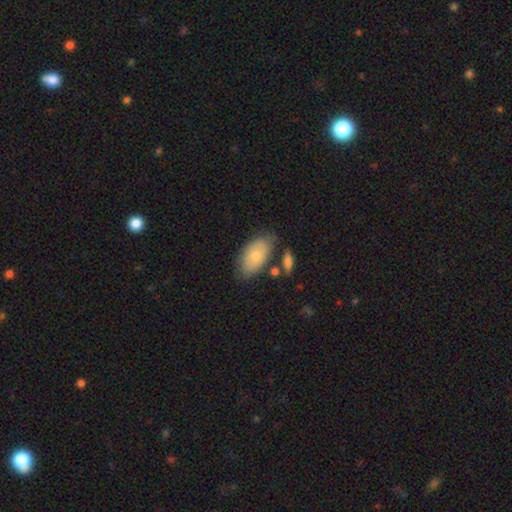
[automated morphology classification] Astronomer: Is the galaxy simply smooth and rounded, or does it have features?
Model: smooth — 72%.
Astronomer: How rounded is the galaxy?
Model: in between — 93%.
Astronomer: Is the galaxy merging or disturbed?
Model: none — 68%.